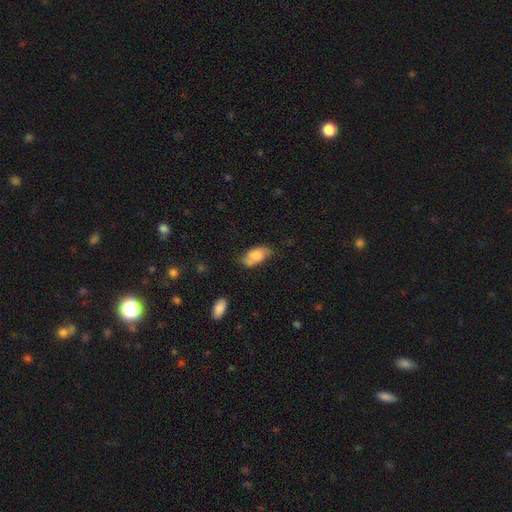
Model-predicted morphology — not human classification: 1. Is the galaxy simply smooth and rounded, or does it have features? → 67% smooth, 25% featured or disk, 8% star or artifact.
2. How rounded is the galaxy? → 92% in between, 4% cigar-shaped, 4% round.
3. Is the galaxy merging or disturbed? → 51% none, 33% minor disturbance, 11% major disturbance, 5% merger.